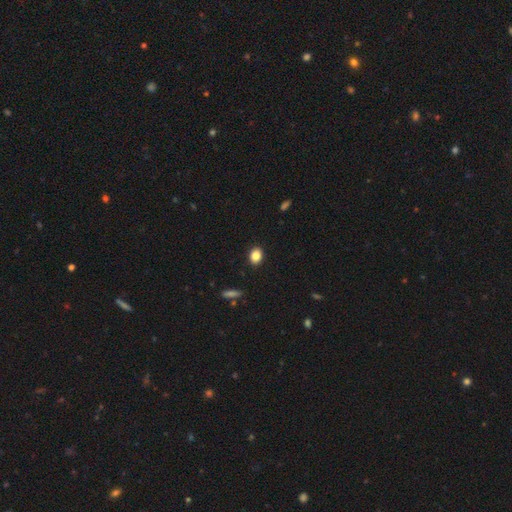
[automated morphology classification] smooth 85%, star or artifact 9%, featured or disk 5%. Down the decision tree: how rounded — in between (61%); merging — none (90%).